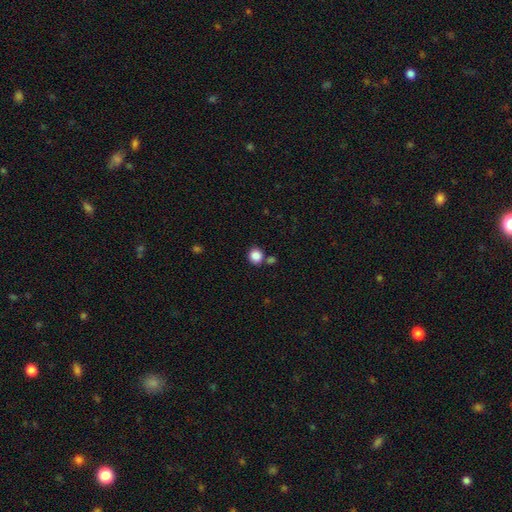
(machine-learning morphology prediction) The model was most divided on "merging": none: 75%, merger: 13%, minor disturbance: 9%, major disturbance: 3%. More confident: how rounded — round (86%); smooth or featured — smooth (86%).